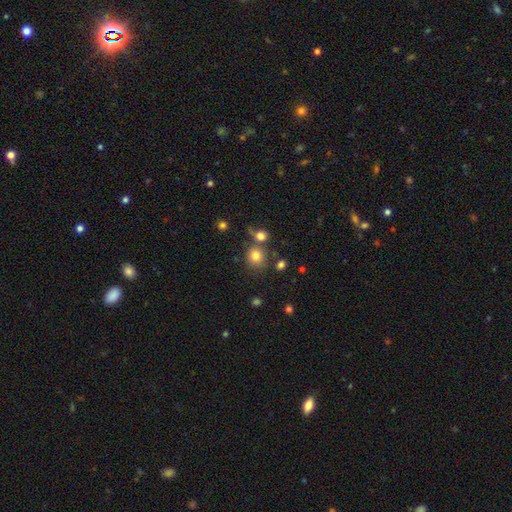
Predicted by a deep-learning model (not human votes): A smooth galaxy with no disk features (79%) that is round (84%).

Vote fractions:
- Smooth or featured? smooth: 79% / star or artifact: 14% / featured or disk: 8%
- How rounded? round: 84% / in between: 15% / cigar-shaped: 1%
- Merging? none: 67% / merger: 18% / minor disturbance: 10% / major disturbance: 4%